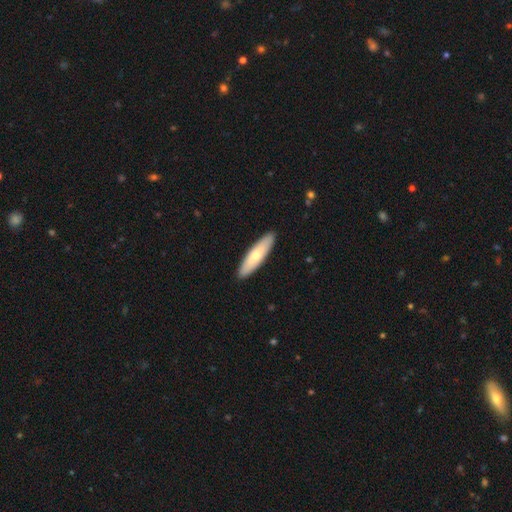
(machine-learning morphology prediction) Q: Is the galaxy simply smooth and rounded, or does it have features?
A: smooth — 65%.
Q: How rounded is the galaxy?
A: cigar-shaped — 71%.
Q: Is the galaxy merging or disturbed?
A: none — 91%.